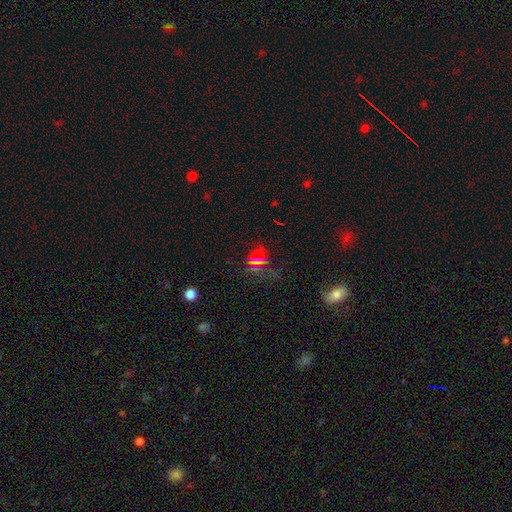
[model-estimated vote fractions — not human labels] smooth_or_featured: star or artifact (p=0.47) [alt: smooth p=0.28]